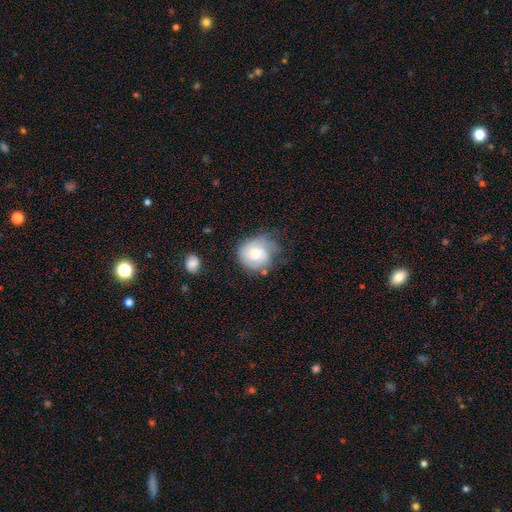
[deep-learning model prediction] Smooth or featured? Predicted: featured or disk (p=0.56). Edge-on disk? Predicted: no (p=0.98). Bar? Predicted: no (p=0.62). Spiral arms? Predicted: yes (p=0.84). Bulge size? Predicted: moderate (p=0.48). Merging? Predicted: none (p=0.49).